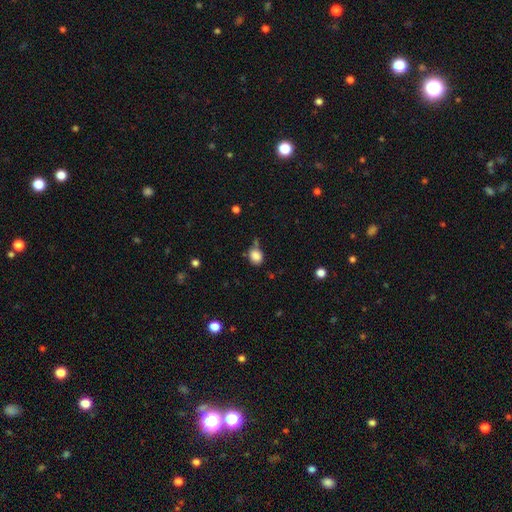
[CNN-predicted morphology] smooth-or-featured: smooth: 85% | star or artifact: 10% | featured or disk: 5%
  how-rounded: round: 57% | in between: 42% | cigar-shaped: 1%
  merging: none: 61% | minor disturbance: 22% | merger: 10% | major disturbance: 6%